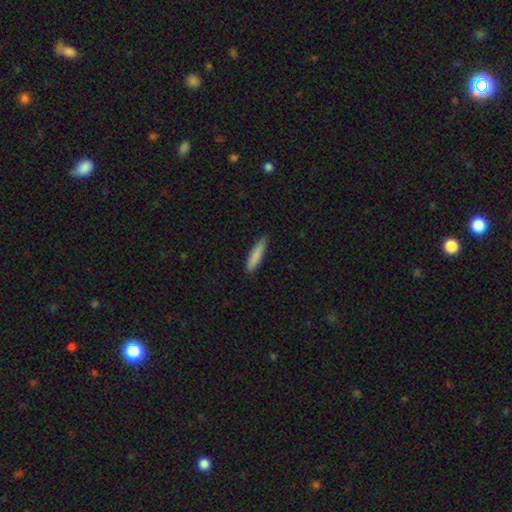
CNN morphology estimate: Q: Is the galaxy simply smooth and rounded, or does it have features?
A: smooth — 85%.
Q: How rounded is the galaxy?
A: cigar-shaped — 82%.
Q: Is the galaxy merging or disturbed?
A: none — 83%.